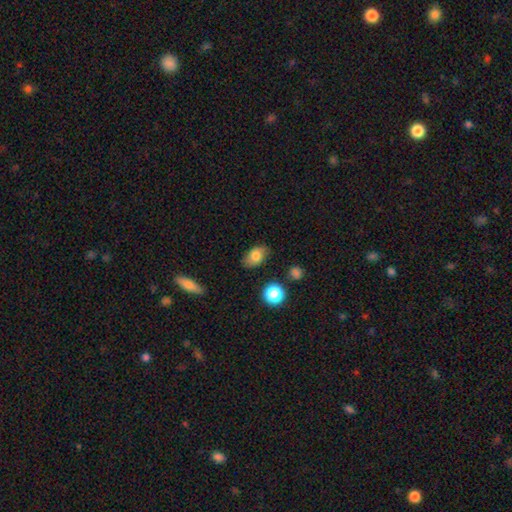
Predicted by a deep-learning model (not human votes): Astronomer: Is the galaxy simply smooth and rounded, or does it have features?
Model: smooth — 79%.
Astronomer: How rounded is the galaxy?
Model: in between — 86%.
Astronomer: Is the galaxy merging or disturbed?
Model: none — 80%.